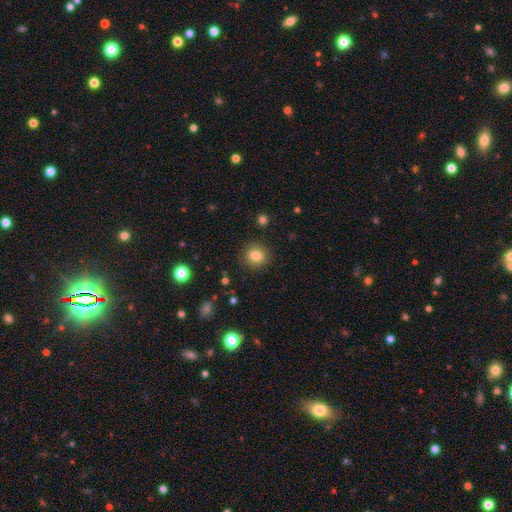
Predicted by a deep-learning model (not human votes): Q: Smooth or featured?
A: smooth (82%); runner-up: star or artifact (12%)
Q: How rounded?
A: round (86%); runner-up: in between (13%)
Q: Merging?
A: none (89%); runner-up: minor disturbance (7%)